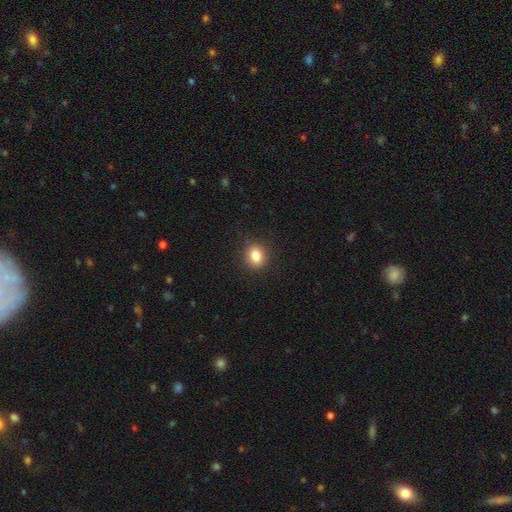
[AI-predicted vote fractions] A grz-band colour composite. It shows a smooth galaxy with no disk features (84%) that is round (52%). Merging: none (88%).